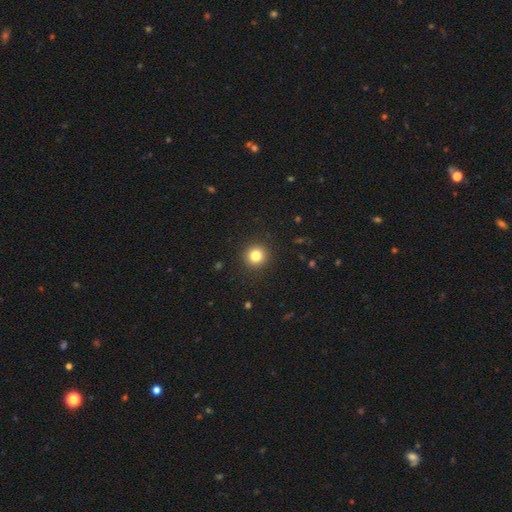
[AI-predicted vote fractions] A smooth galaxy with no disk features (82%) that is round (95%).

Vote fractions:
- Smooth or featured? smooth: 82% / star or artifact: 12% / featured or disk: 6%
- How rounded? round: 95% / in between: 4% / cigar-shaped: 1%
- Merging? none: 92% / minor disturbance: 5% / major disturbance: 2% / merger: 1%